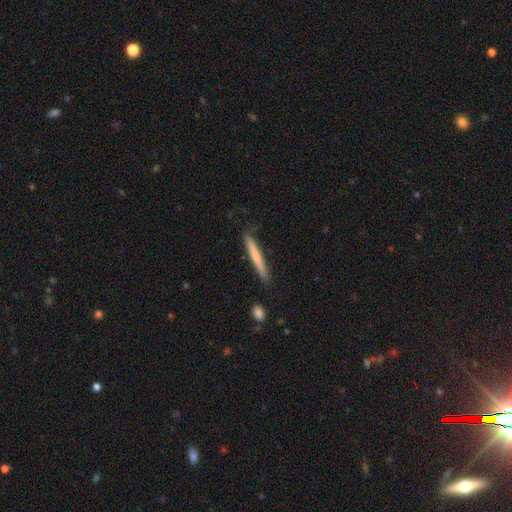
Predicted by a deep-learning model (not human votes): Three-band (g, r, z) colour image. It shows a smooth galaxy with no disk features (63%) that is cigar-shaped (96%). Merging: none (83%).